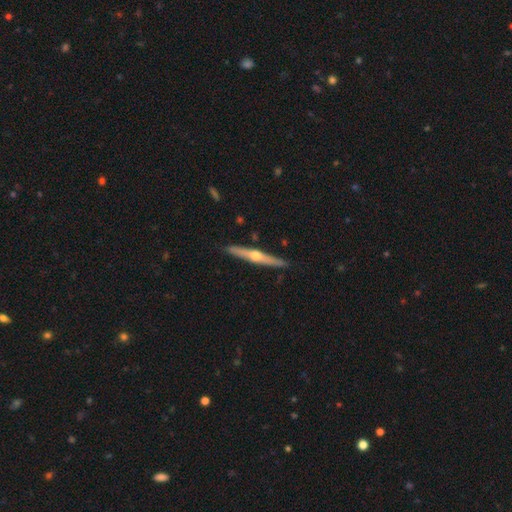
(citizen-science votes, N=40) A featured or disk galaxy (72%) viewed edge-on (100%) with a rounded central bulge (100%). Merging: none (97%).